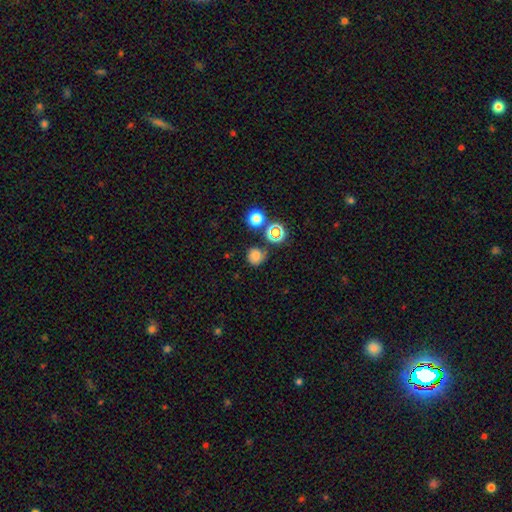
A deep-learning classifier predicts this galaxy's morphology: A smooth galaxy with no disk features (69%) that is round (87%). Merging: none (71%).